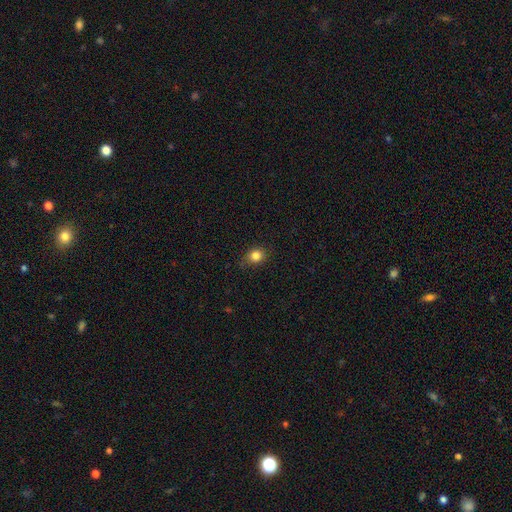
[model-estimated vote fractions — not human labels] Q: Smooth or featured?
A: smooth (83%); runner-up: star or artifact (11%)
Q: How rounded?
A: round (68%); runner-up: in between (31%)
Q: Merging?
A: none (78%); runner-up: minor disturbance (17%)